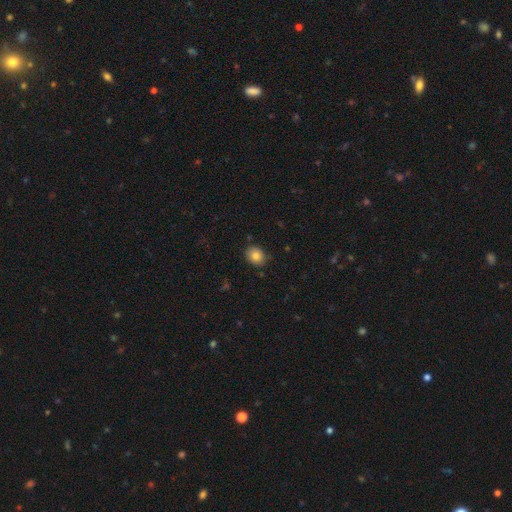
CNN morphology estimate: smooth-or-featured: smooth: 83% | star or artifact: 10% | featured or disk: 7%
  how-rounded: round: 64% | in between: 35% | cigar-shaped: 1%
  merging: none: 84% | minor disturbance: 12% | major disturbance: 2% | merger: 2%